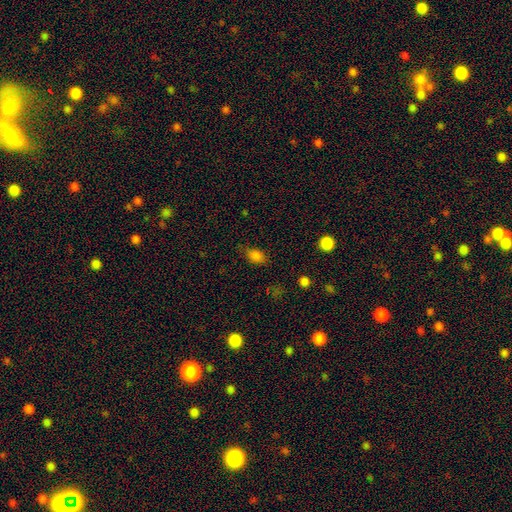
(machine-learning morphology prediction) The model was most divided on "merging": none: 73%, minor disturbance: 20%, major disturbance: 5%, merger: 2%. More confident: how rounded — in between (84%); smooth or featured — smooth (81%).